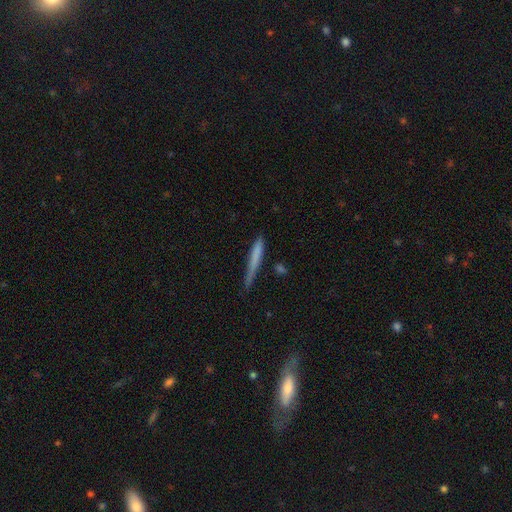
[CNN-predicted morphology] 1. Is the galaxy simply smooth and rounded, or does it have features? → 69% smooth, 24% featured or disk, 7% star or artifact.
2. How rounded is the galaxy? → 95% cigar-shaped, 3% in between, 1% round.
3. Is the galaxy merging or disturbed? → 66% none, 24% minor disturbance, 6% major disturbance, 4% merger.